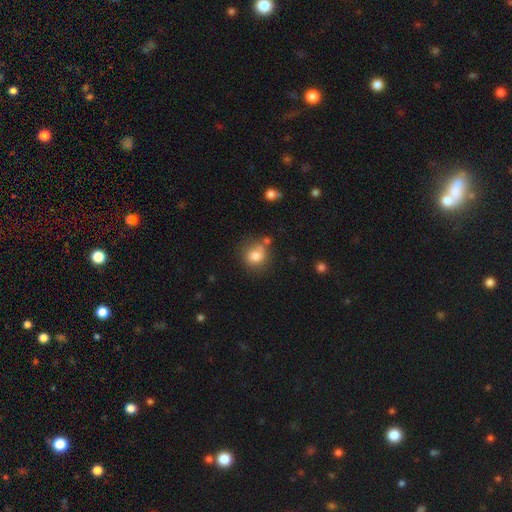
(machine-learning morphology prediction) Smooth or featured: smooth — 80% (star or artifact — 11%)
How rounded: round — 80% (in between — 19%)
Merging: none — 63% (minor disturbance — 19%)